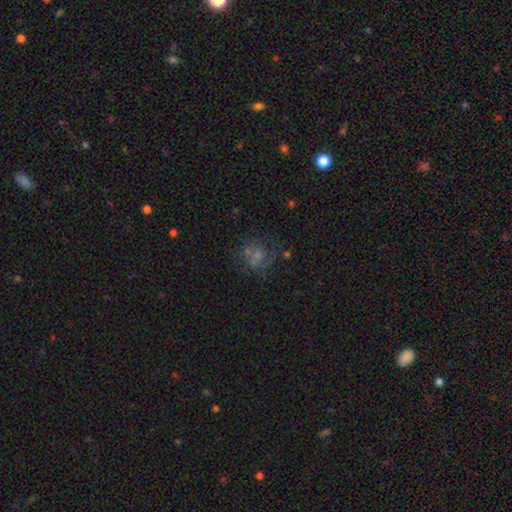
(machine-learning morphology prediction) This is marginally a smooth galaxy (41%). Merging: marginally none (45%).